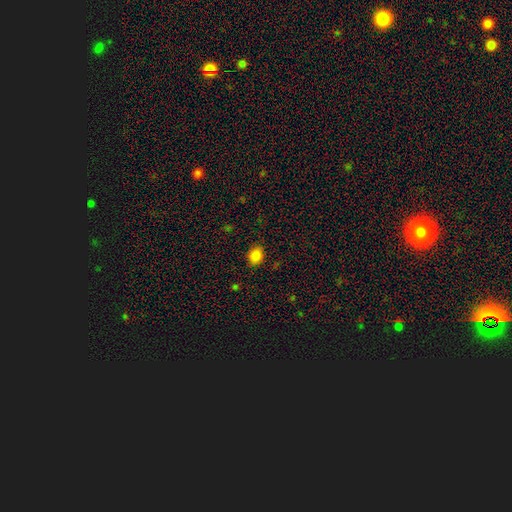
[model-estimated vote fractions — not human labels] Smooth or featured? Predicted: smooth (p=0.86). How rounded? Predicted: in between (p=0.61). Merging? Predicted: none (p=0.87).